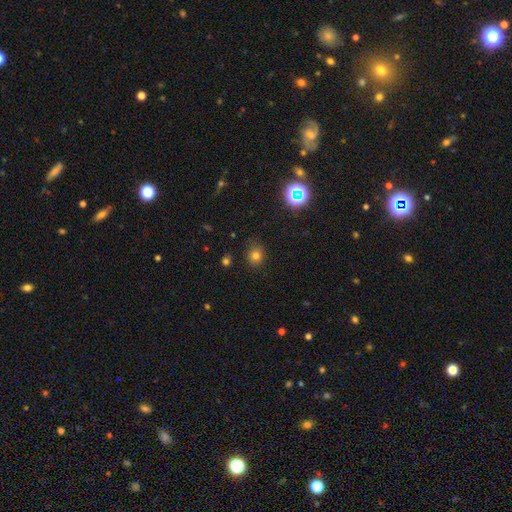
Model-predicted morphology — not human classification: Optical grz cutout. It shows a smooth galaxy with no disk features (75%) that is round (74%). Merging: none (82%).